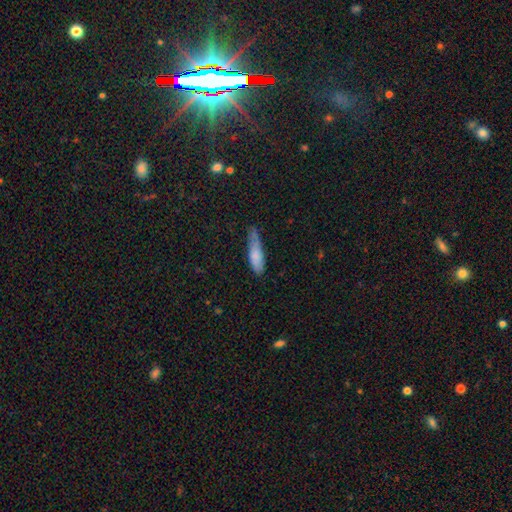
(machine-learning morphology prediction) Smooth or featured: smooth — 78% (featured or disk — 15%)
How rounded: cigar-shaped — 63% (in between — 35%)
Merging: none — 49% (minor disturbance — 37%)